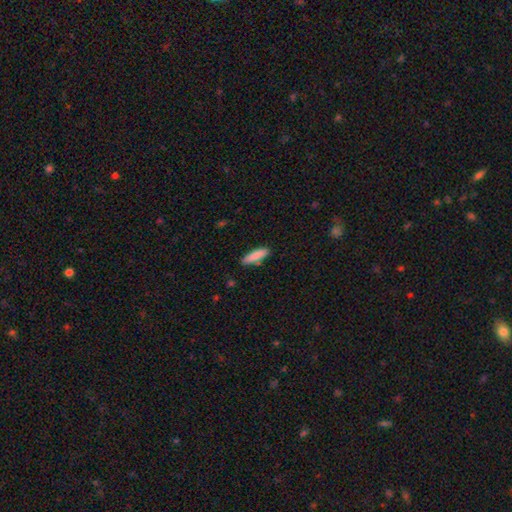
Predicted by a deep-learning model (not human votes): This is clearly a smooth galaxy (86%). How rounded: likely cigar-shaped (63%). Merging: clearly none (83%).